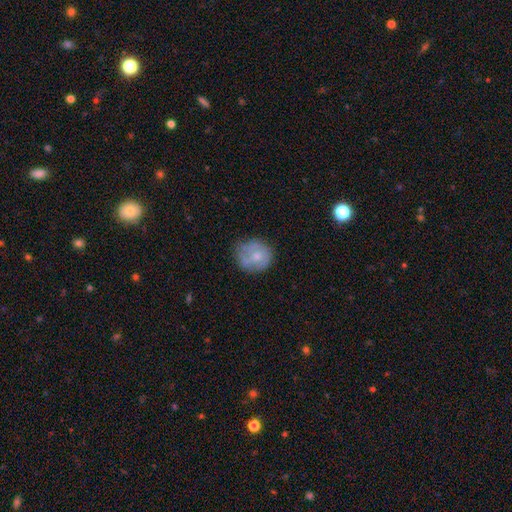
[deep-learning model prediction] Smooth or featured? Predicted: smooth (p=0.53). How rounded? Predicted: round (p=0.78). Merging? Predicted: none (p=0.57).